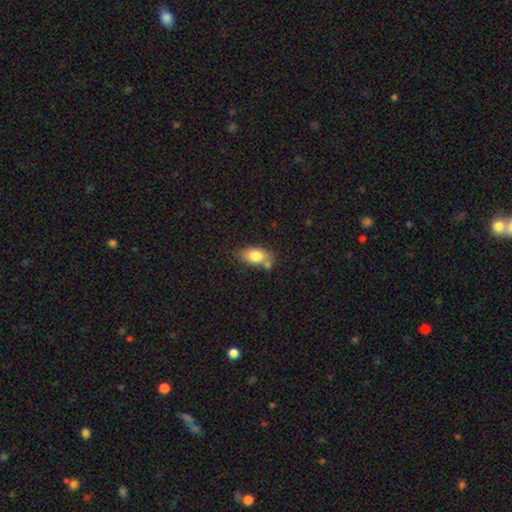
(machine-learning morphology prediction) type=smooth (80%); roundness=in between (87%); merging=none (57%).